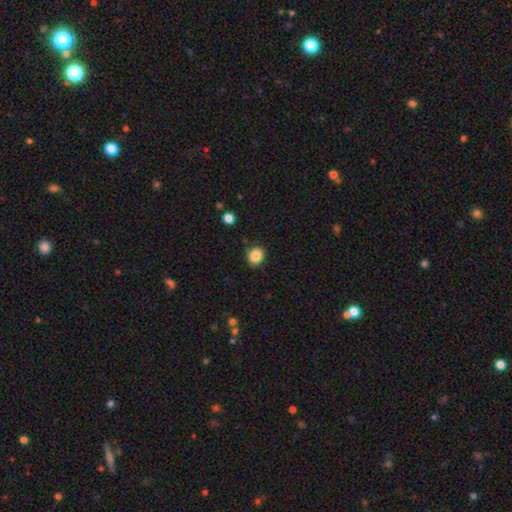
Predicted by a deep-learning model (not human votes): Smooth or featured?
  - smooth: 86% *
  - star or artifact: 10%
  - featured or disk: 4%
How rounded?
  - round: 65% *
  - in between: 34%
  - cigar-shaped: 1%
Merging?
  - none: 85% *
  - minor disturbance: 10%
  - major disturbance: 3%
  - merger: 2%